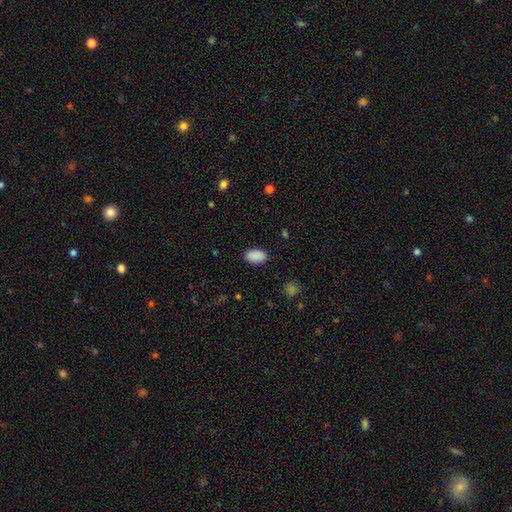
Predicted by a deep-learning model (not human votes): A smooth galaxy with no disk features (90%) that is in between round and cigar-shaped (93%).

Vote fractions:
- Smooth or featured? smooth: 90% / star or artifact: 7% / featured or disk: 3%
- How rounded? in between: 93% / round: 6% / cigar-shaped: 1%
- Merging? none: 88% / minor disturbance: 9% / major disturbance: 2% / merger: 1%